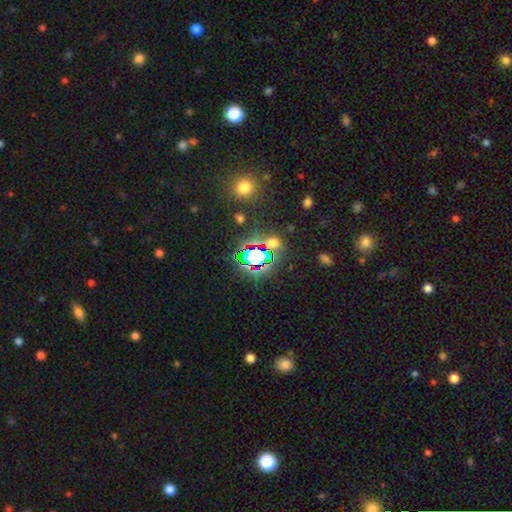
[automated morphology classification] type=star or artifact (72%).